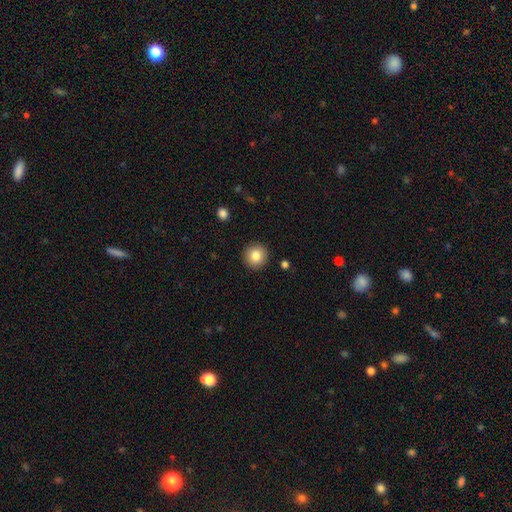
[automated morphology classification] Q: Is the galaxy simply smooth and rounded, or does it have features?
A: smooth — 83%.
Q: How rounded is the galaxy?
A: round — 94%.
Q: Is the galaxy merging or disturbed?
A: none — 91%.